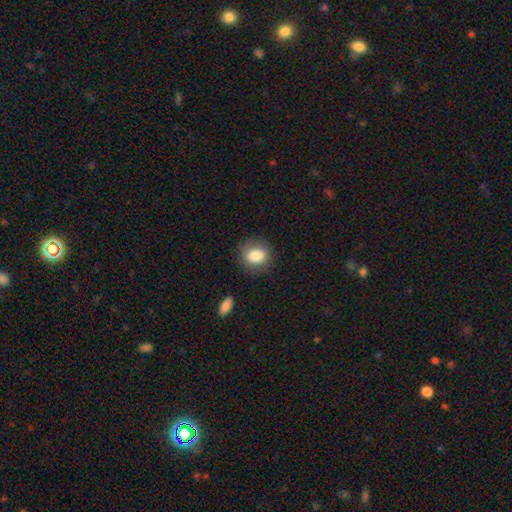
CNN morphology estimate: smooth-or-featured: smooth: 84% | star or artifact: 8% | featured or disk: 8%
  how-rounded: round: 63% | in between: 36% | cigar-shaped: 1%
  merging: none: 83% | minor disturbance: 11% | major disturbance: 4% | merger: 1%